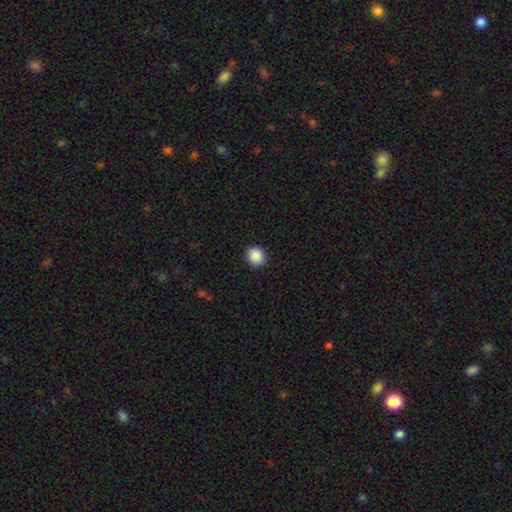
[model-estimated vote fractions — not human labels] Smooth or featured? smooth (89%)
How rounded? round (73%)
Merging? none (90%)